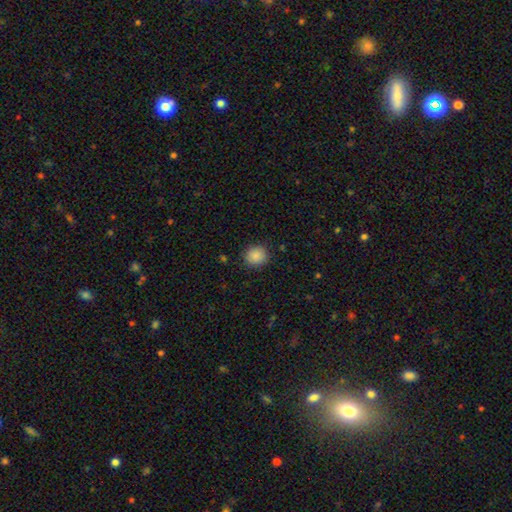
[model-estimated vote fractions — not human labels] Smooth or featured? smooth (88%)
How rounded? round (86%)
Merging? none (88%)